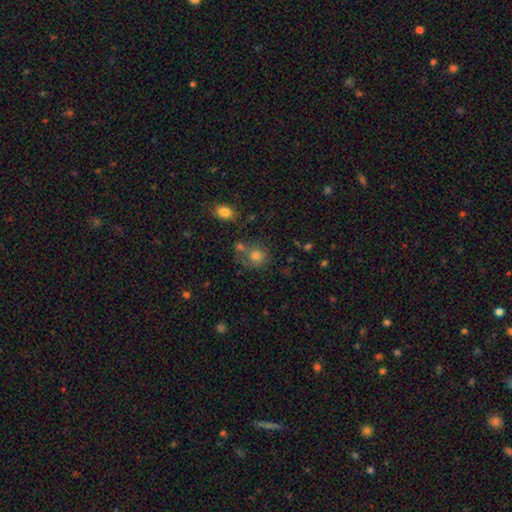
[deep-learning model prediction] A smooth galaxy with no disk features (73%) that is round (76%). Merging: none (53%).